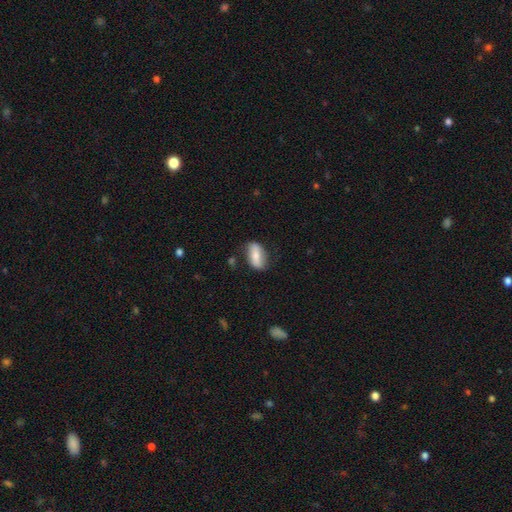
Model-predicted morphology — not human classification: Smooth or featured: smooth — 59% (featured or disk — 34%)
How rounded: in between — 84% (cigar-shaped — 10%)
Merging: none — 72% (minor disturbance — 20%)